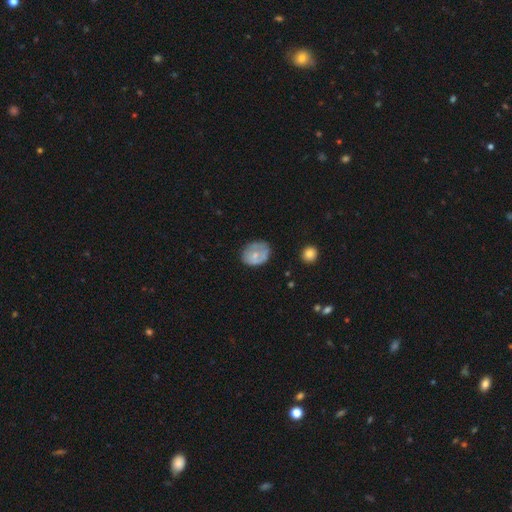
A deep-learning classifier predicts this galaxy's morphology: smooth-or-featured: smooth: 59% | featured or disk: 33% | star or artifact: 7%
  how-rounded: in between: 53% | round: 46% | cigar-shaped: 1%
  merging: none: 54% | minor disturbance: 31% | major disturbance: 13% | merger: 2%